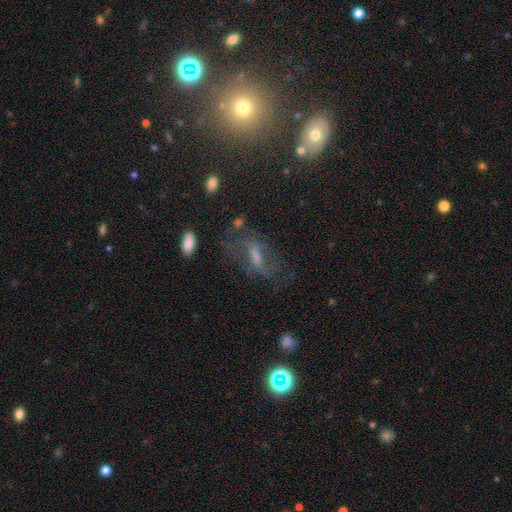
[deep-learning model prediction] featured or disk 51%, smooth 30%, star or artifact 19%. Down the decision tree: edge-on disk — no (83%); merging — none (53%).